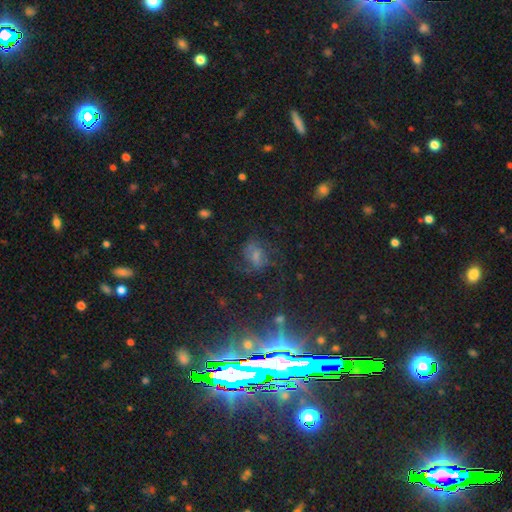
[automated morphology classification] This is marginally a featured or disk galaxy (41%). Merging: possibly none (47%).